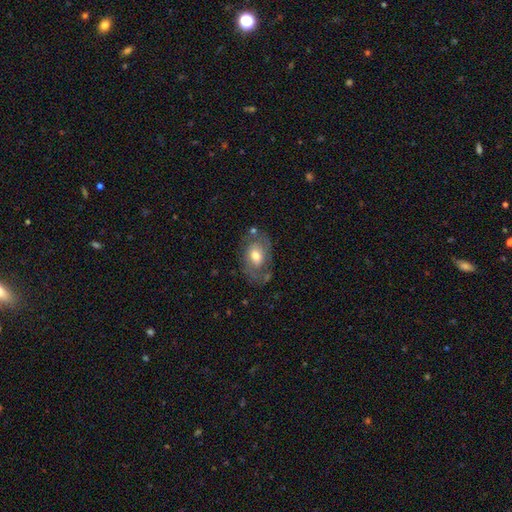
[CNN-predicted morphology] A smooth galaxy with no disk features (47%). Merging: none (60%).